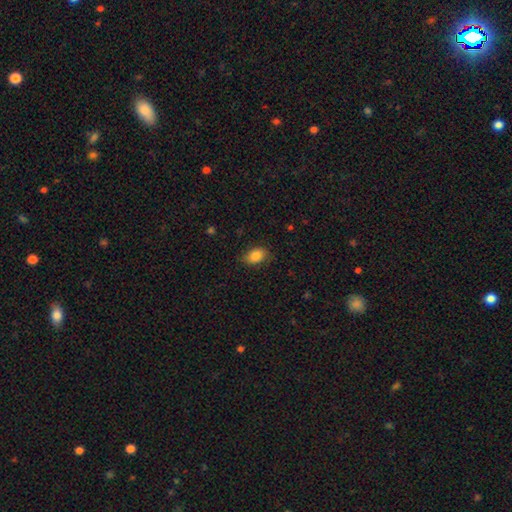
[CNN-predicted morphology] This is clearly a smooth galaxy (85%). How rounded: clearly in between (82%). Merging: clearly none (80%).